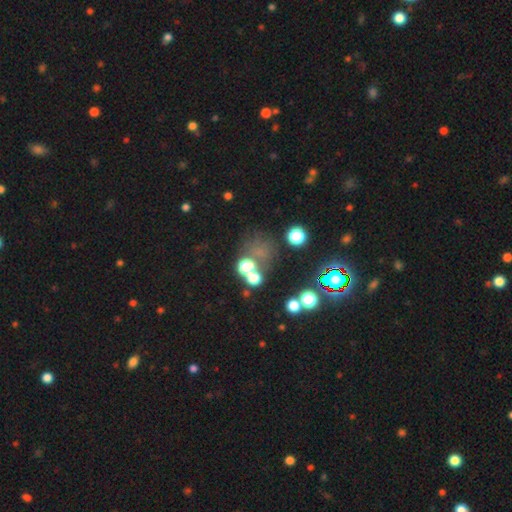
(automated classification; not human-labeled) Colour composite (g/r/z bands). It shows a star or artifact, not a galaxy (48%).